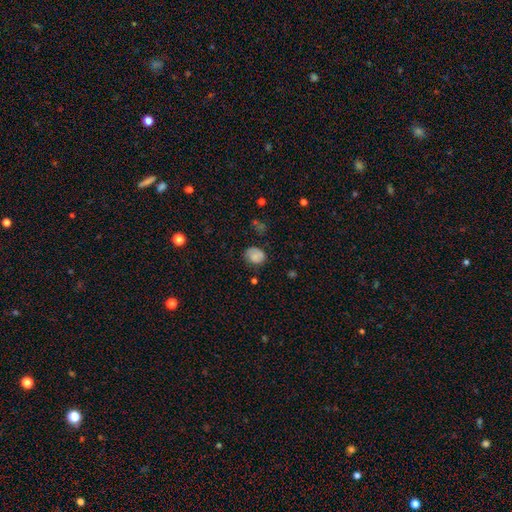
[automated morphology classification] Smooth or featured? smooth (74%)
How rounded? round (50%)
Merging? none (63%)